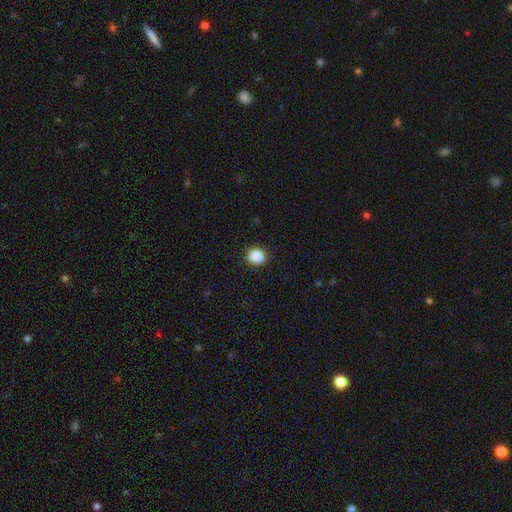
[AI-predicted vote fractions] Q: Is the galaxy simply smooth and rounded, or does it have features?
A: smooth — 87%.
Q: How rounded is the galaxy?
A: round — 67%.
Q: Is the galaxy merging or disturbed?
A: none — 90%.